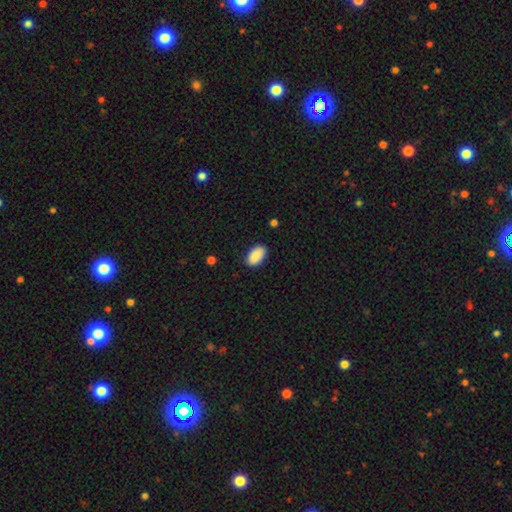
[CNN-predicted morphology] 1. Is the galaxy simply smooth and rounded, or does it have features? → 90% smooth, 6% star or artifact, 4% featured or disk.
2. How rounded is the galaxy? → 94% in between, 4% round, 1% cigar-shaped.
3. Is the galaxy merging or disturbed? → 87% none, 10% minor disturbance, 2% major disturbance, 1% merger.